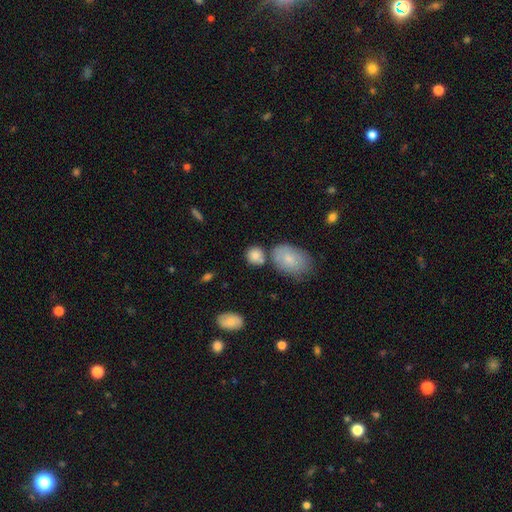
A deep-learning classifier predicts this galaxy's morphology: This appears to be a smooth galaxy with no disk features (84%) that is round (76%). Merging: none (58%).